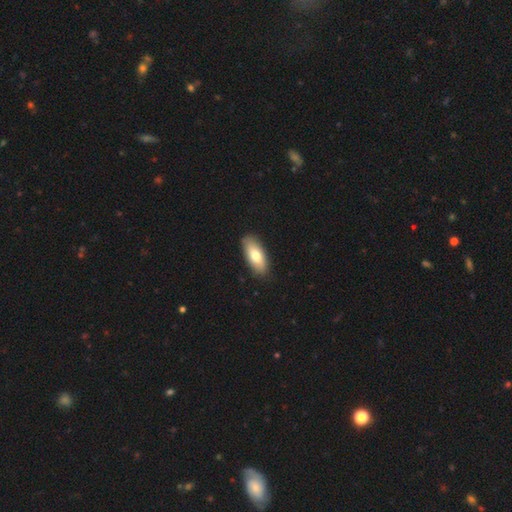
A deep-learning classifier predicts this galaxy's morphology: The model was most divided on "smooth or featured": smooth: 75%, featured or disk: 19%, star or artifact: 6%. More confident: merging — none (88%); how rounded — in between (82%).